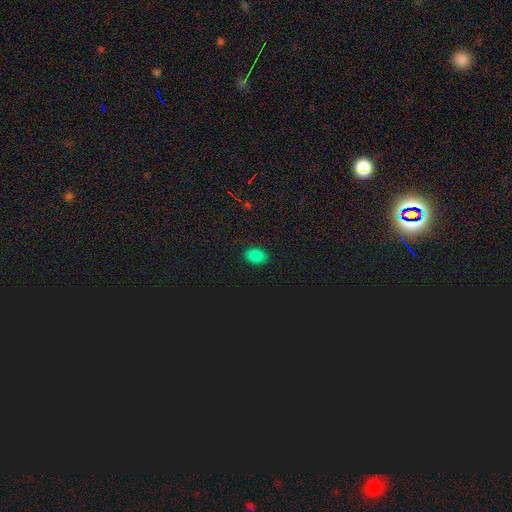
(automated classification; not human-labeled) The model was most divided on "smooth or featured": smooth: 79%, star or artifact: 17%, featured or disk: 4%. More confident: merging — none (88%); how rounded — in between (85%).